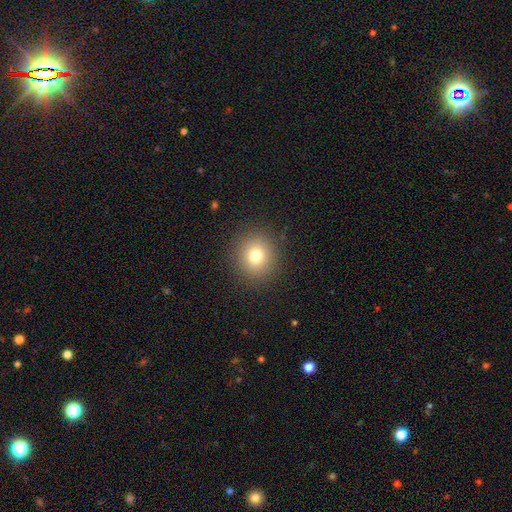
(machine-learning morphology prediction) A smooth galaxy with no disk features (77%) that is round (88%). Merging: none (90%).